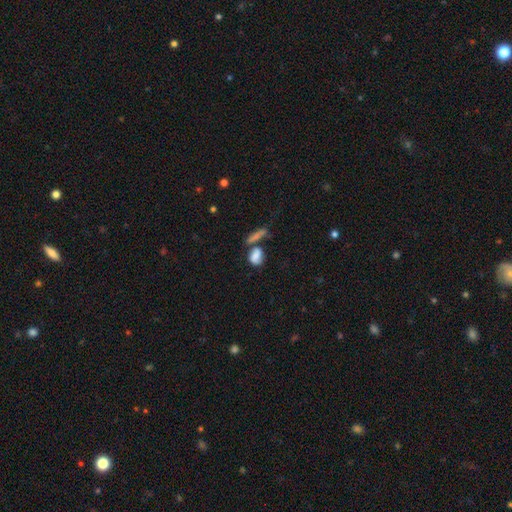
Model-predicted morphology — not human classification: Smooth or featured?
  - smooth: 74% *
  - featured or disk: 16%
  - star or artifact: 11%
How rounded?
  - in between: 68% *
  - round: 25%
  - cigar-shaped: 6%
Merging?
  - none: 36% * (tied)
  - merger: 36% * (tied)
  - minor disturbance: 16%
  - major disturbance: 11%